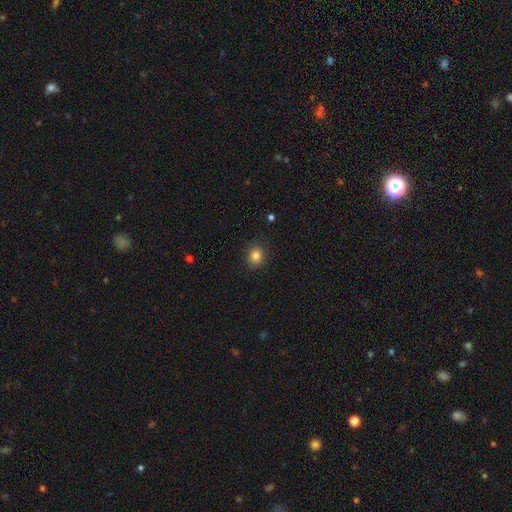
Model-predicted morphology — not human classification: smooth 85%, star or artifact 11%, featured or disk 5%. Down the decision tree: how rounded — round (68%); merging — none (86%).